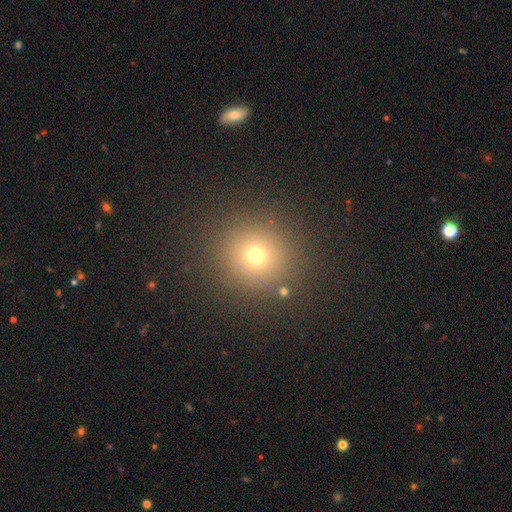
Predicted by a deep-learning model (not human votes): Morphology: type=smooth (69%); roundness=round (92%); merging=none (88%).